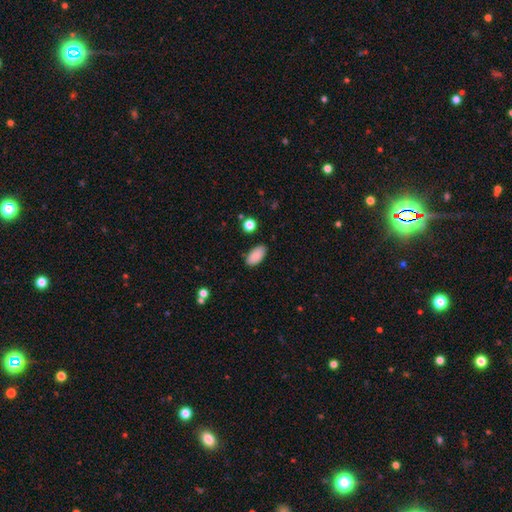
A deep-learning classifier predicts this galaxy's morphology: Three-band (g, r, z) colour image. It shows a smooth galaxy with no disk features (89%) that is in between round and cigar-shaped (93%). Merging: none (85%).